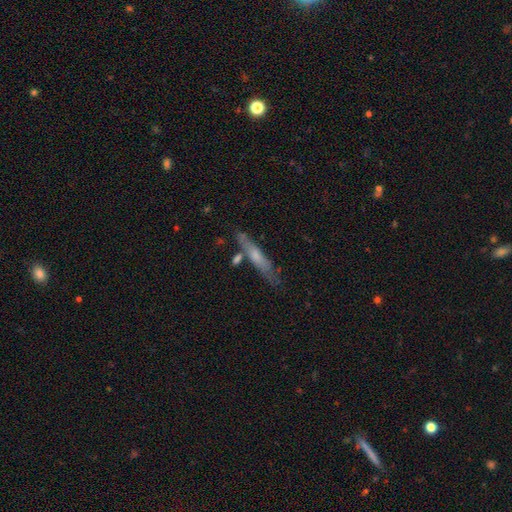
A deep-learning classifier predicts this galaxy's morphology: A smooth galaxy with no disk features (48%).

Vote fractions:
- Smooth or featured? smooth: 48% / featured or disk: 45% / star or artifact: 7%
- Merging? none: 68% / minor disturbance: 18% / merger: 9% / major disturbance: 5%